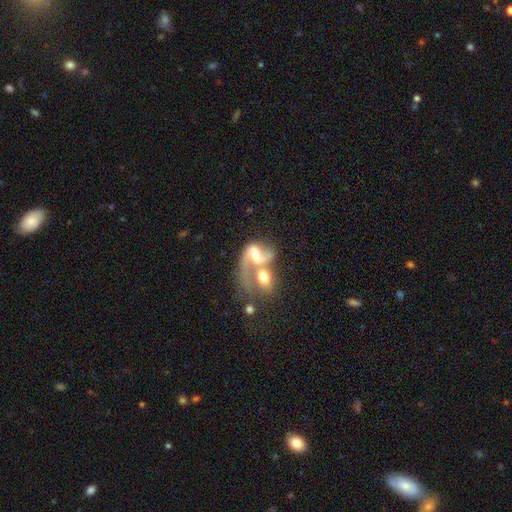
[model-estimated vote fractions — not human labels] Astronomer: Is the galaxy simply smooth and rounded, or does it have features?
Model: featured or disk — 72%.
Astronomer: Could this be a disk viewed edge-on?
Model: no — 97%.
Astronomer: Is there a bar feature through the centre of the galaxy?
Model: no — 42% (runner-up: weak, 40%).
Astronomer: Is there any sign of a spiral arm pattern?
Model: yes — 88%.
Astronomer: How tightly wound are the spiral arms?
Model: loose — 58% (runner-up: medium, 33%).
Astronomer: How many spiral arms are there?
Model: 2 — 65%.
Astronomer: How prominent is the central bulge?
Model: moderate — 51%.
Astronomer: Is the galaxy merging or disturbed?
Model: merger — 72%.